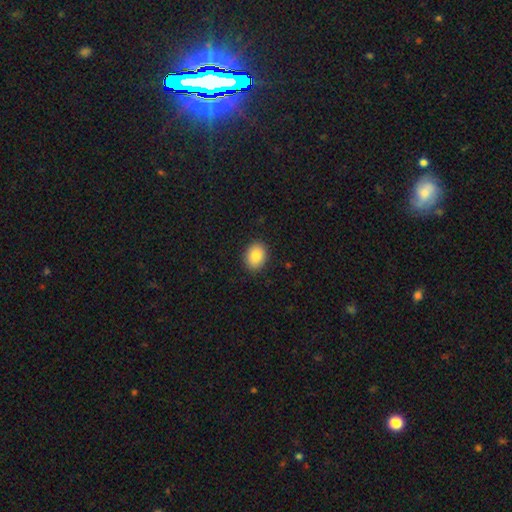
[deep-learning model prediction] Morphology: type=smooth (85%); roundness=in between (57%); merging=none (89%).